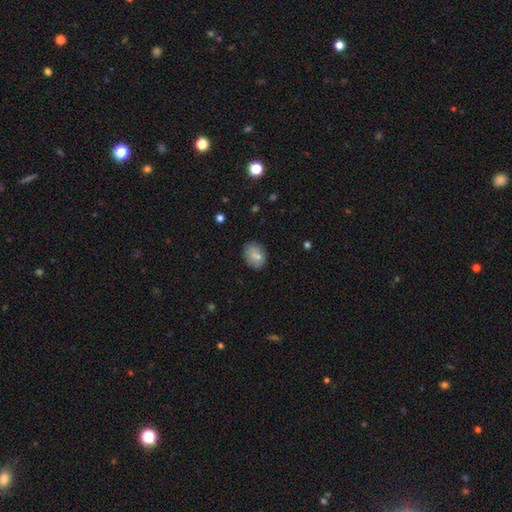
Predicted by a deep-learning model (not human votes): Smooth or featured? smooth (72%)
How rounded? in between (65%)
Merging? none (71%)